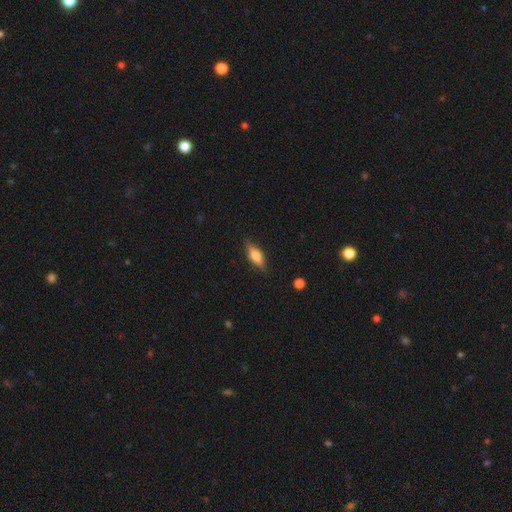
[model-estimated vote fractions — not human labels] Overall: smooth (56%; featured or disk 37%). How rounded: in between (59%; cigar-shaped 38%). Merging: none (85%).